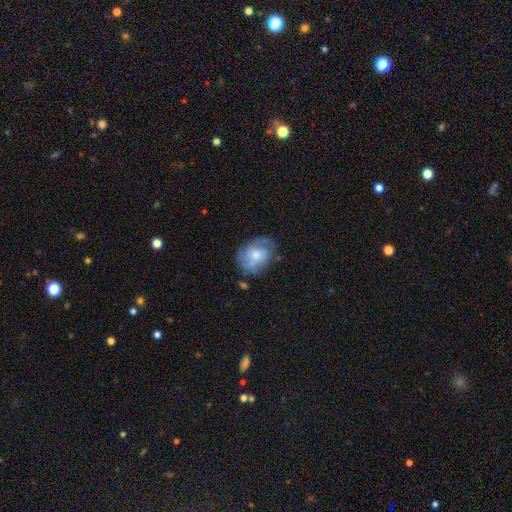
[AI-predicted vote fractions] smooth-or-featured: featured or disk: 51% | smooth: 42% | star or artifact: 7%
  disk-edge-on: no: 97% | yes: 3%
  merging: none: 57% | minor disturbance: 27% | major disturbance: 13% | merger: 3%